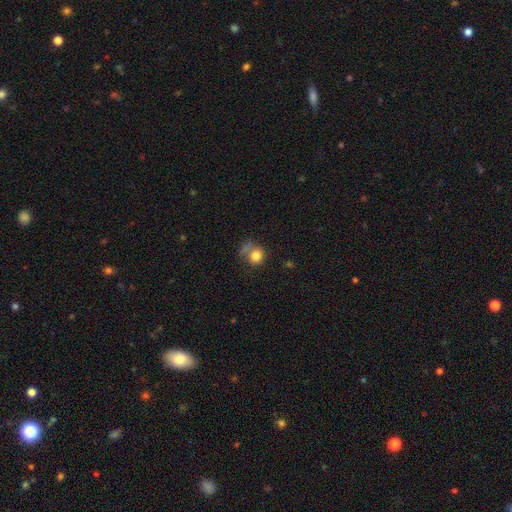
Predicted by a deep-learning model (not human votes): Smooth or featured: smooth — 78% (featured or disk — 12%)
How rounded: round — 71% (in between — 28%)
Merging: none — 40% (minor disturbance — 24%)